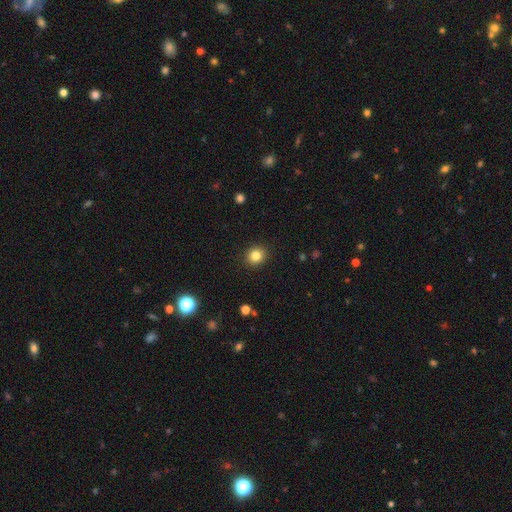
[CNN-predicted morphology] Smooth or featured?
  - smooth: 83% *
  - star or artifact: 11%
  - featured or disk: 6%
How rounded?
  - round: 81% *
  - in between: 18%
  - cigar-shaped: 1%
Merging?
  - none: 91% *
  - minor disturbance: 6%
  - major disturbance: 2%
  - merger: 1%